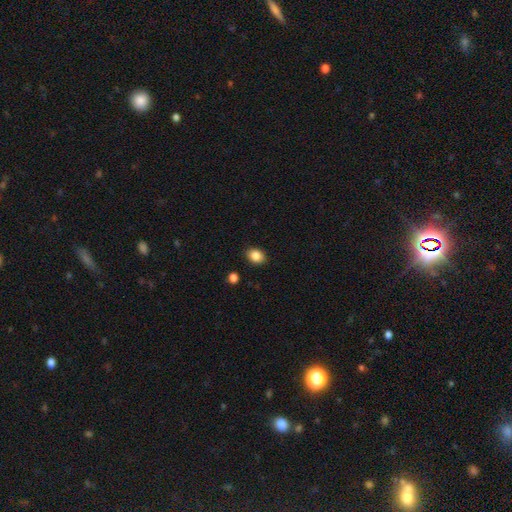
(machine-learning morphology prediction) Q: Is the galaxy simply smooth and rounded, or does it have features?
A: smooth — 86%.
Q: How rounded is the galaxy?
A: in between — 62%.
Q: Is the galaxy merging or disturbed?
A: none — 88%.